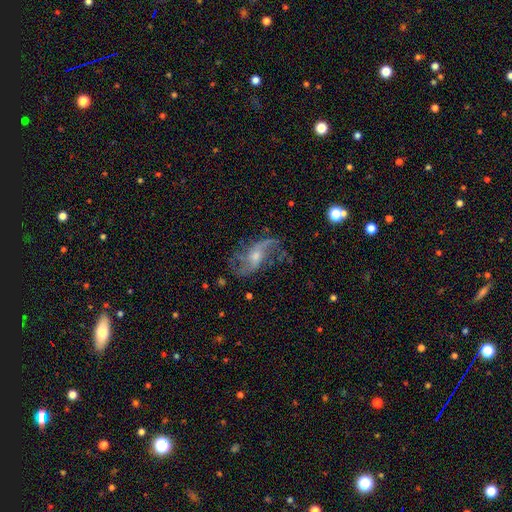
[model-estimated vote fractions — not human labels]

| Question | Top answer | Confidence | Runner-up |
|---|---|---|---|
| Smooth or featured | featured or disk | 82% | smooth (10%) |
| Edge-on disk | no | 94% | yes (6%) |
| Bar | no | 55% | weak (36%) |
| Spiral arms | yes | 91% | no (9%) |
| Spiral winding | loose | 74% | medium (20%) |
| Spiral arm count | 2 | 75% | can't tell (9%) |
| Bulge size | small | 49% | moderate (43%) |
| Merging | none | 62% | minor disturbance (19%) |